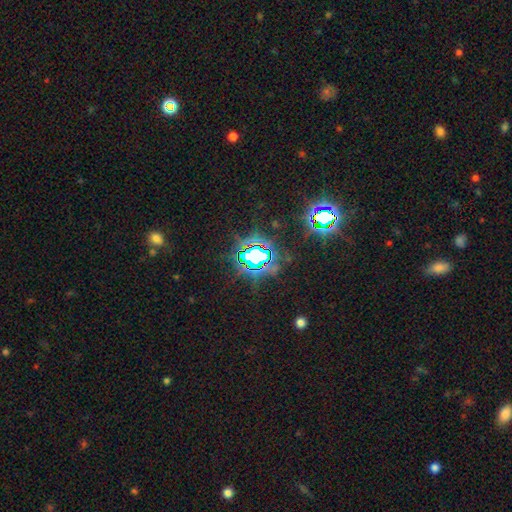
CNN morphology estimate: Smooth or featured? star or artifact (78%)